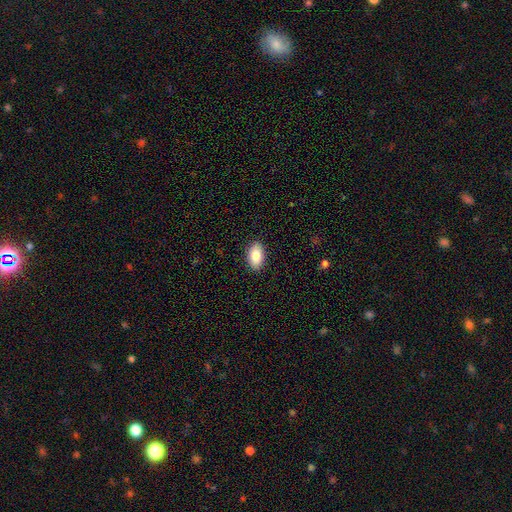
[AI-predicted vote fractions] Smooth or featured? smooth (84%)
How rounded? in between (93%)
Merging? none (90%)